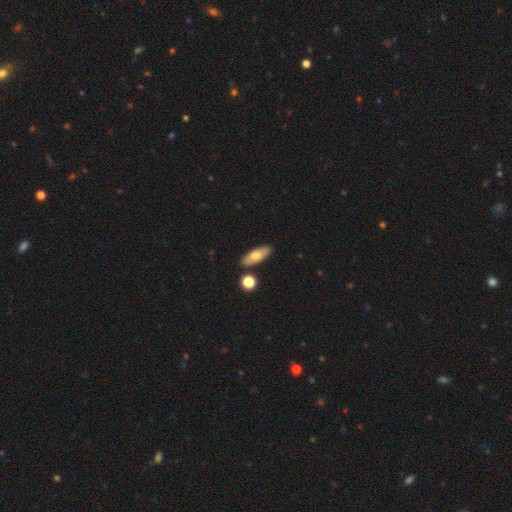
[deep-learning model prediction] The model was most divided on "smooth or featured": smooth: 69%, featured or disk: 24%, star or artifact: 7%. More confident: merging — none (82%); how rounded — in between (72%).